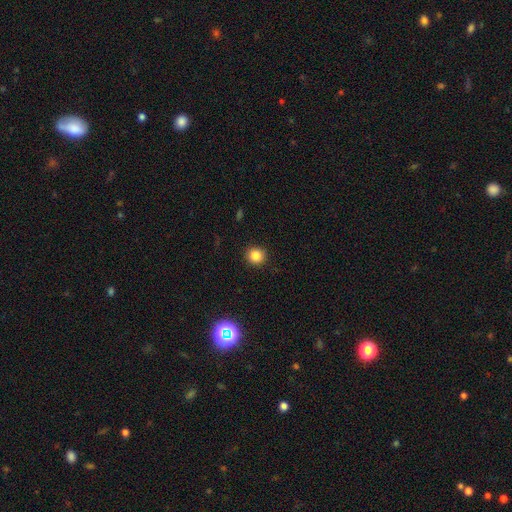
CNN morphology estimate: A smooth galaxy with no disk features (84%) that is round (92%).

Vote fractions:
- Smooth or featured? smooth: 84% / star or artifact: 12% / featured or disk: 4%
- How rounded? round: 92% / in between: 7% / cigar-shaped: 1%
- Merging? none: 92% / minor disturbance: 6% / major disturbance: 2% / merger: 1%